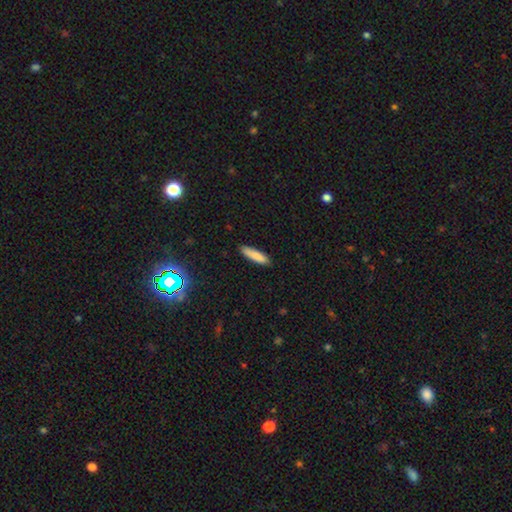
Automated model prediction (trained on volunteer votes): smooth_or_featured: smooth (p=0.86) [alt: featured or disk p=0.08]
how_rounded: cigar-shaped (p=0.74) [alt: in between p=0.25]
merging: none (p=0.88) [alt: minor disturbance p=0.09]